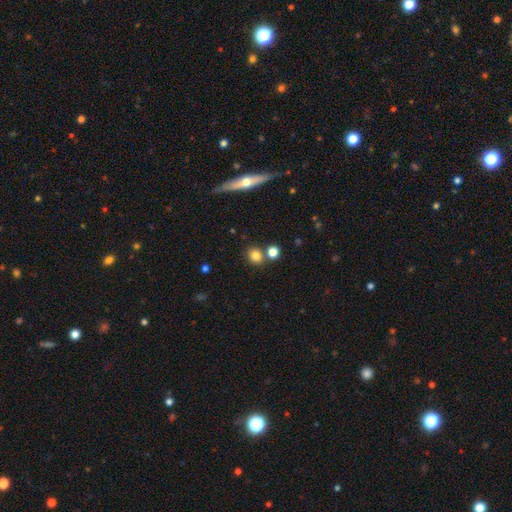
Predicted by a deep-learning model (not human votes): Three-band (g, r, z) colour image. It shows a smooth galaxy with no disk features (81%) that is round (77%). Merging: none (70%).